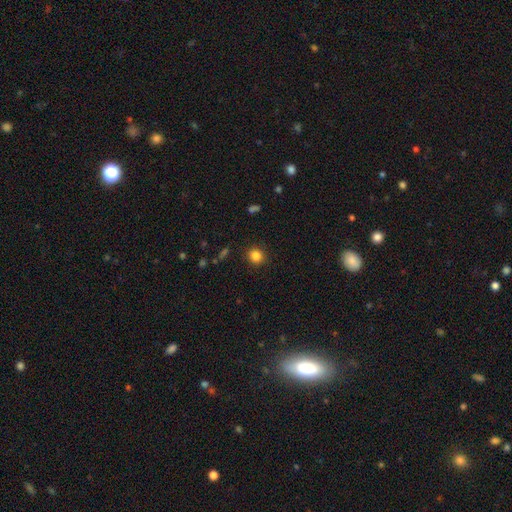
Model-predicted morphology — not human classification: A smooth galaxy with no disk features (84%) that is round (86%). Merging: none (90%).